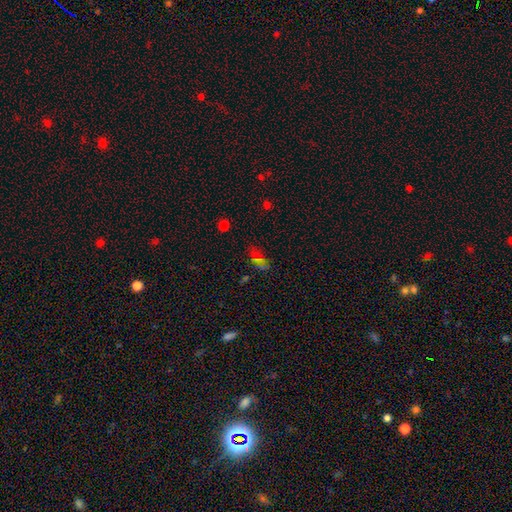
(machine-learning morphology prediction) Smooth or featured? smooth (44%)
Merging? none (63%)